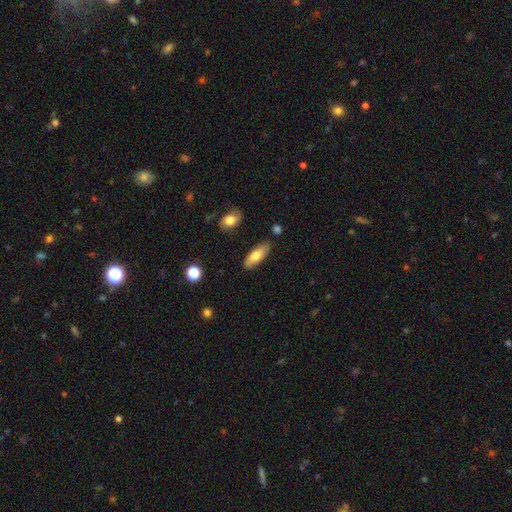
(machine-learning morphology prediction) Smooth or featured?
  - smooth: 76% *
  - featured or disk: 18%
  - star or artifact: 6%
How rounded?
  - in between: 71% *
  - cigar-shaped: 27%
  - round: 2%
Merging?
  - none: 83% *
  - minor disturbance: 12%
  - merger: 3%
  - major disturbance: 2%